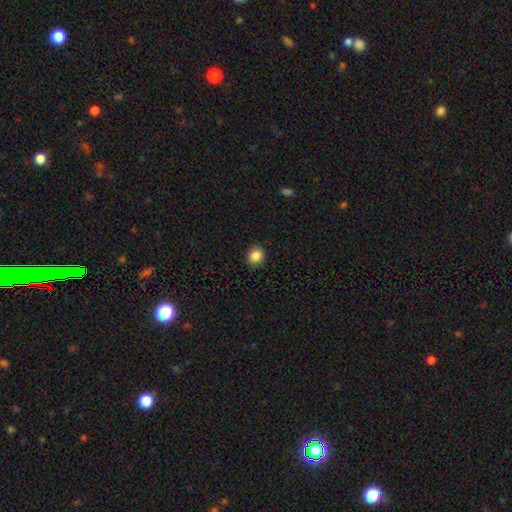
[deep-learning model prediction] Smooth or featured? Predicted: smooth (p=0.87). How rounded? Predicted: round (p=0.74). Merging? Predicted: none (p=0.90).